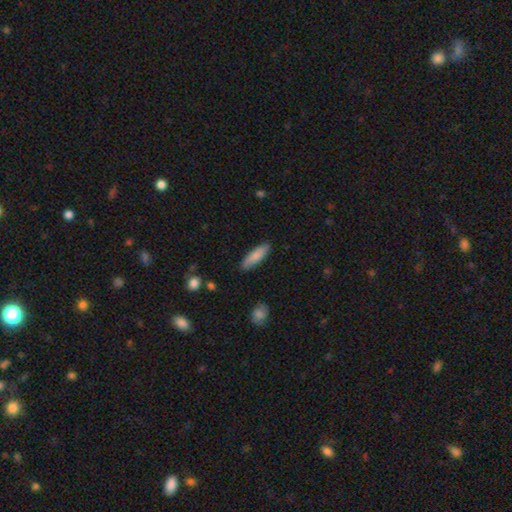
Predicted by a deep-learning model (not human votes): Morphology: type=smooth (83%); roundness=cigar-shaped (57%); merging=none (86%).